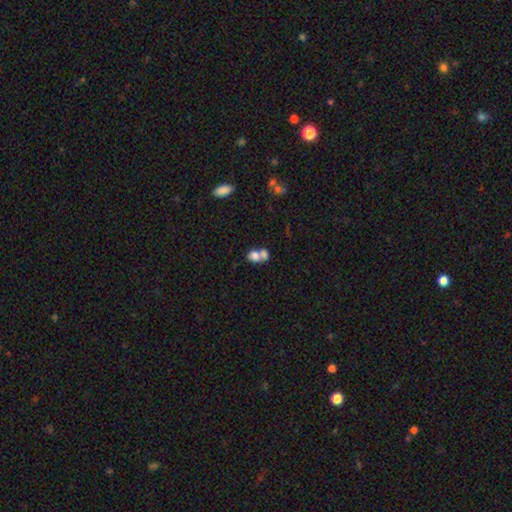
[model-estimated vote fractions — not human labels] Q: Smooth or featured?
A: smooth (74%); runner-up: featured or disk (16%)
Q: How rounded?
A: in between (54%); runner-up: round (45%)
Q: Merging?
A: merger (66%); runner-up: none (24%)